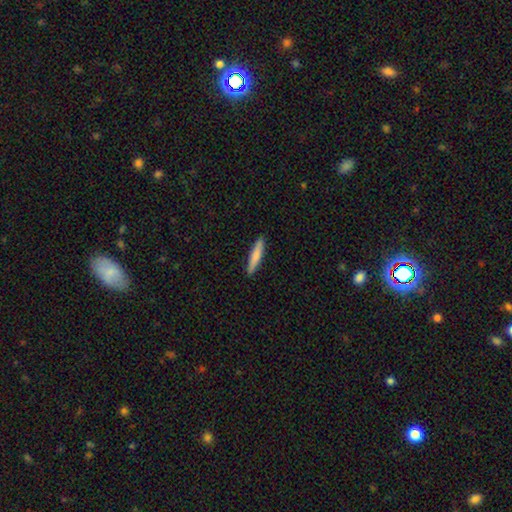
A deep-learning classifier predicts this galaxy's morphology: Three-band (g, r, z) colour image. It shows a smooth galaxy with no disk features (76%) that is cigar-shaped (89%). Merging: none (91%).